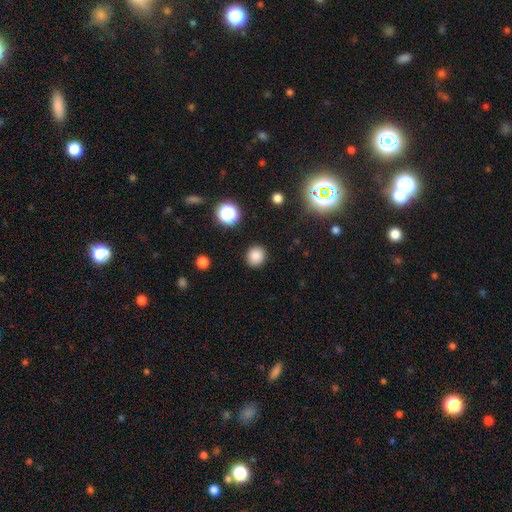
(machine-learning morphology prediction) A smooth galaxy with no disk features (83%) that is round (87%).

Vote fractions:
- Smooth or featured? smooth: 83% / star or artifact: 13% / featured or disk: 4%
- How rounded? round: 87% / in between: 12% / cigar-shaped: 1%
- Merging? none: 89% / minor disturbance: 7% / major disturbance: 2% / merger: 2%